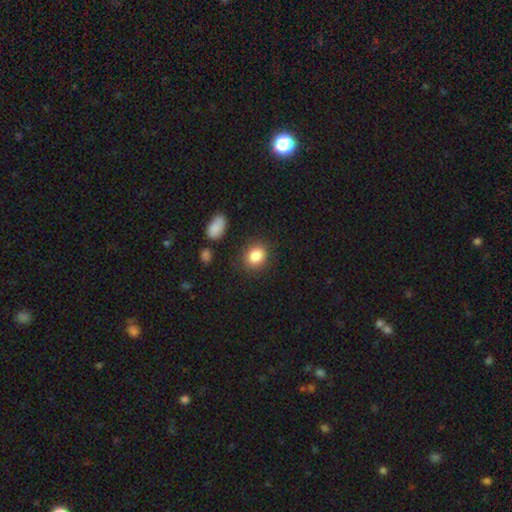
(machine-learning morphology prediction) smooth-or-featured: smooth: 86% | star or artifact: 9% | featured or disk: 5%
  how-rounded: round: 58% | in between: 40% | cigar-shaped: 1%
  merging: none: 84% | minor disturbance: 11% | major disturbance: 3% | merger: 2%